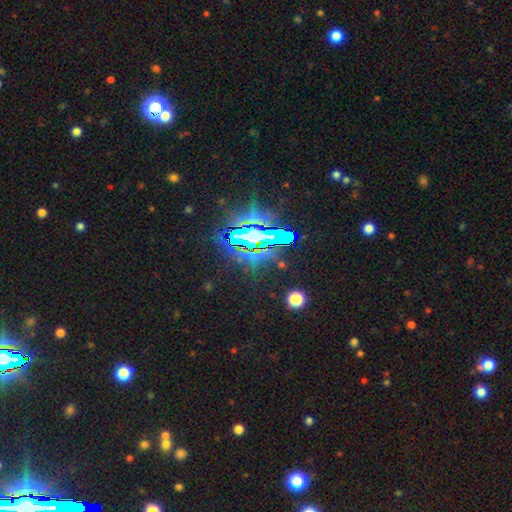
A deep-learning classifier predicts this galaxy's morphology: smooth-or-featured: star or artifact: 78% | featured or disk: 12% | smooth: 10%